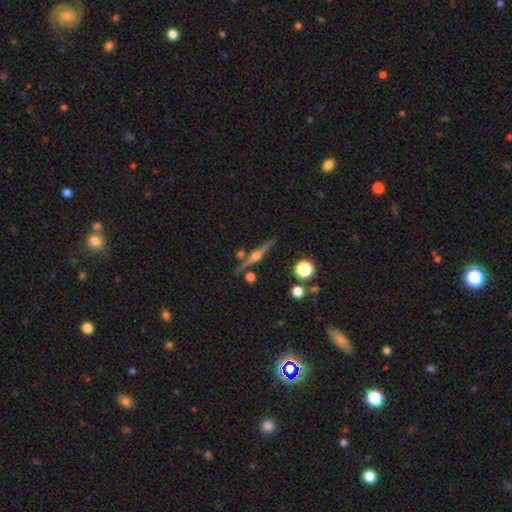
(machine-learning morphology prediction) The model was most divided on "smooth or featured": featured or disk: 76%, smooth: 17%, star or artifact: 7%. More confident: edge-on disk — yes (97%); edge-on bulge — rounded (91%); merging — none (81%).